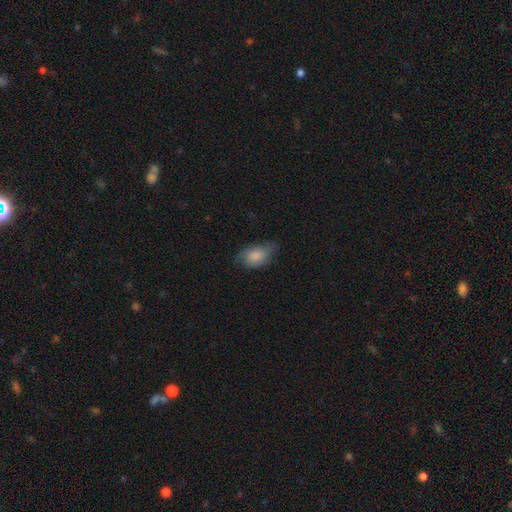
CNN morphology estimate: Overall: smooth (81%). How rounded: in between (85%). Merging: none (54%; minor disturbance 35%).